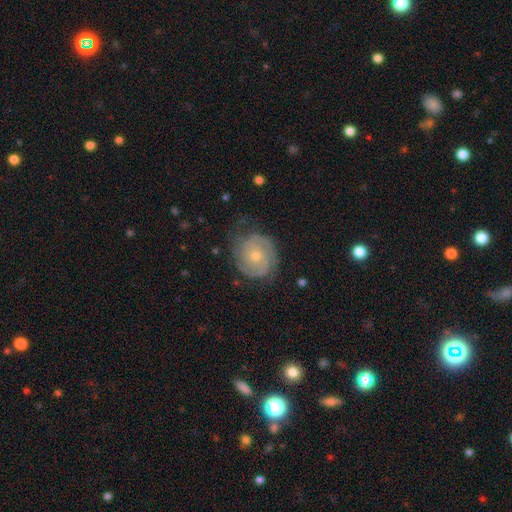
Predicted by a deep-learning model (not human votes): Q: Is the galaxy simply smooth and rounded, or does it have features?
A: featured or disk — 80%.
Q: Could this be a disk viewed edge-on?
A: no — 98%.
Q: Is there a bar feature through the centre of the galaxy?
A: no — 77%.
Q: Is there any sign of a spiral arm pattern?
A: yes — 94%.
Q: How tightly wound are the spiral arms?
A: tight — 70%.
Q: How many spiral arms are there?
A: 2 — 49%.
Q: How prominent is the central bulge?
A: small — 61%.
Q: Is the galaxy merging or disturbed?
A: none — 69%.